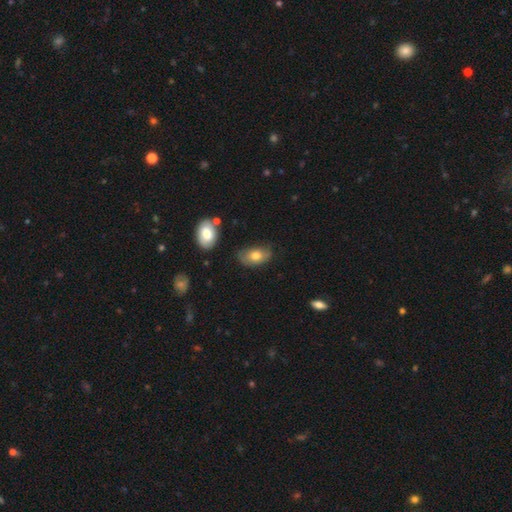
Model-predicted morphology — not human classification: This appears to be a smooth galaxy with no disk features (74%) that is in between round and cigar-shaped (91%). Merging: none (64%).